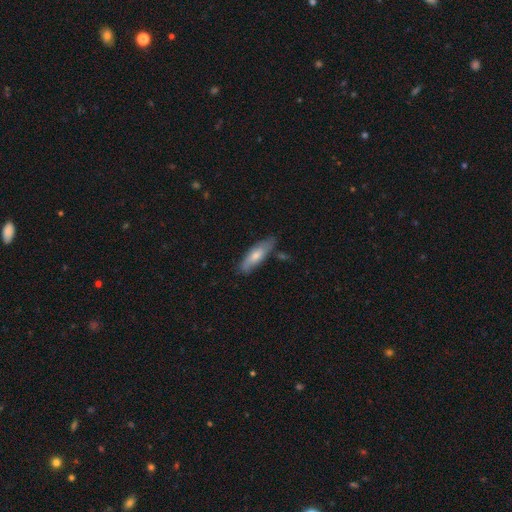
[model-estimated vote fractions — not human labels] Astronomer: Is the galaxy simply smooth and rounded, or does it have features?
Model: smooth — 65%.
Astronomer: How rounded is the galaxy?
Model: in between — 51% (runner-up: cigar-shaped, 47%).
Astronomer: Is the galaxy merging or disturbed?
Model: none — 72%.